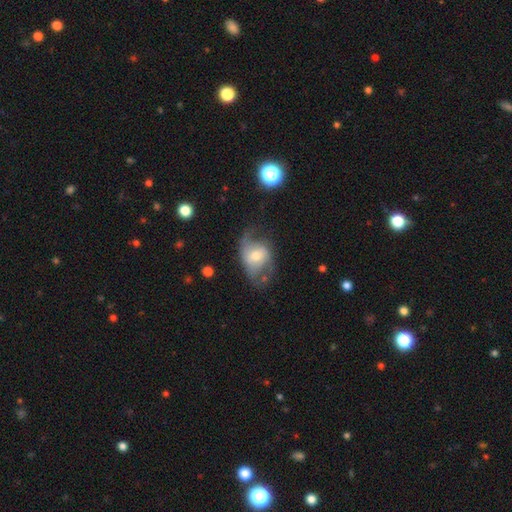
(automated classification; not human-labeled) smooth-or-featured: featured or disk: 65% | smooth: 28% | star or artifact: 7%
  disk-edge-on: no: 95% | yes: 5%
    bar: no: 54% | weak: 36% | strong: 10%
    has-spiral-arms: yes: 82% | no: 18%
      spiral-winding: loose: 53% | medium: 36% | tight: 11%
      spiral-arm-count: 2: 78% | can't tell: 10% | 1: 7% | 3: 2% | 4: 1% | more than 4: 1%
    bulge-size: moderate: 58% | small: 30% | large: 8% | none: 2% | dominant: 1%
  merging: none: 47% | minor disturbance: 25% | major disturbance: 25% | merger: 3%